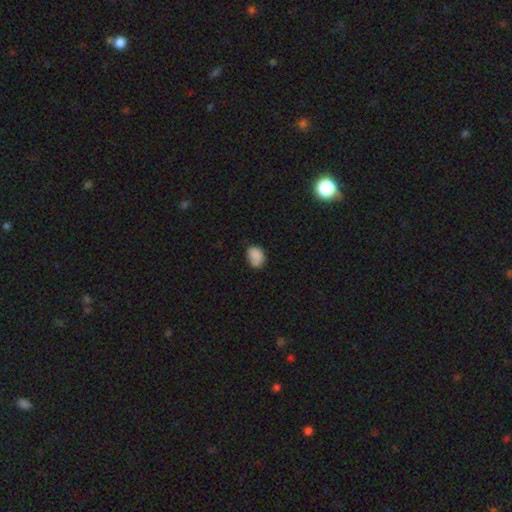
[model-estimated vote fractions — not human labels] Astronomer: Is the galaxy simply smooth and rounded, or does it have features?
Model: smooth — 84%.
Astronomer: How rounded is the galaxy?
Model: in between — 69%.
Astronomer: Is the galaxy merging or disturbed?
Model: none — 62%.